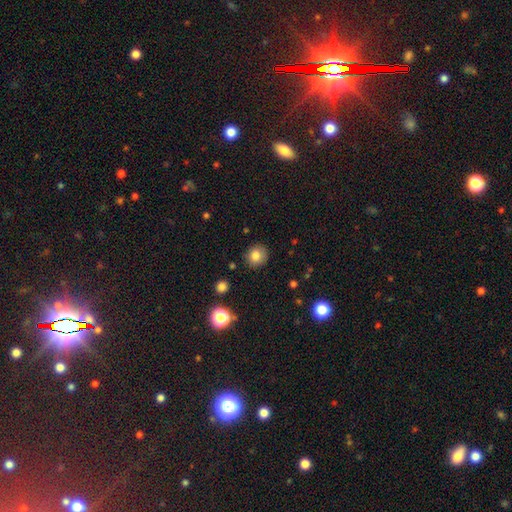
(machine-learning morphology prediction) Overall: smooth (82%). How rounded: round (82%). Merging: none (86%).